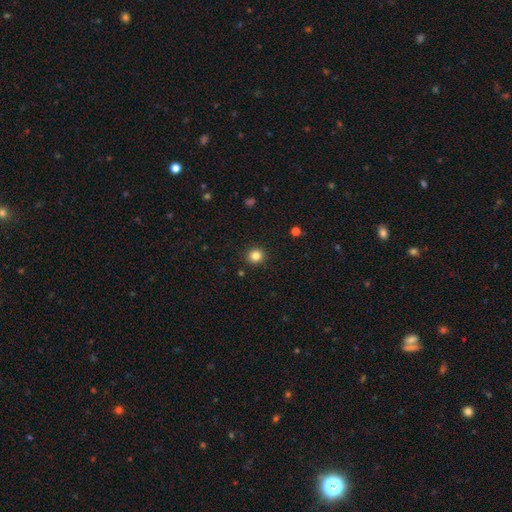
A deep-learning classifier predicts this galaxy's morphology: Smooth or featured: smooth — 83% (star or artifact — 12%)
How rounded: round — 92% (in between — 7%)
Merging: none — 92% (minor disturbance — 5%)